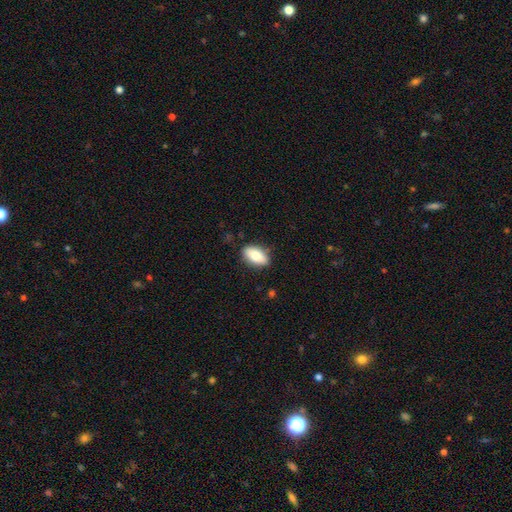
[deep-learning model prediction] Smooth or featured? smooth (80%)
How rounded? in between (90%)
Merging? none (84%)